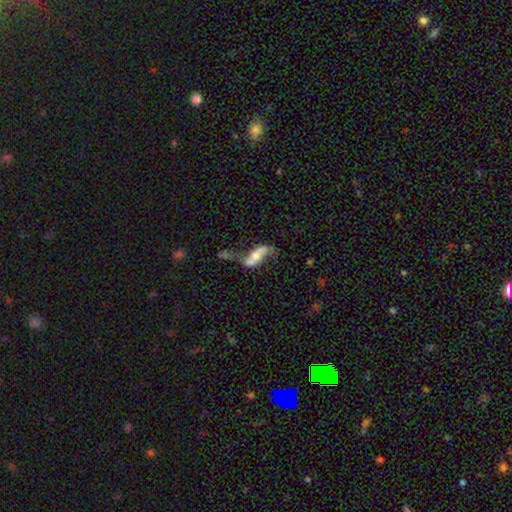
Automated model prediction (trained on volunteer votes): Morphology: type=featured or disk (67%); edge-on=no (83%); bar=no (42%); spiral arms=yes (81%); bulge=moderate (49%); merging=none (42%).